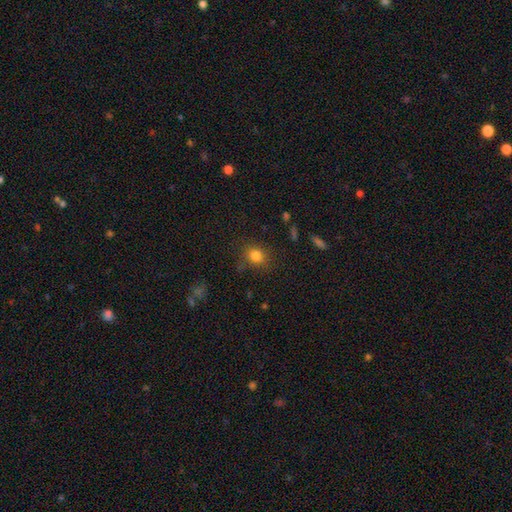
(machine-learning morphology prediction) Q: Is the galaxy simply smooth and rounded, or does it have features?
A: smooth — 81%.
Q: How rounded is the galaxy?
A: round — 72%.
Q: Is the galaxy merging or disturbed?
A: none — 78%.